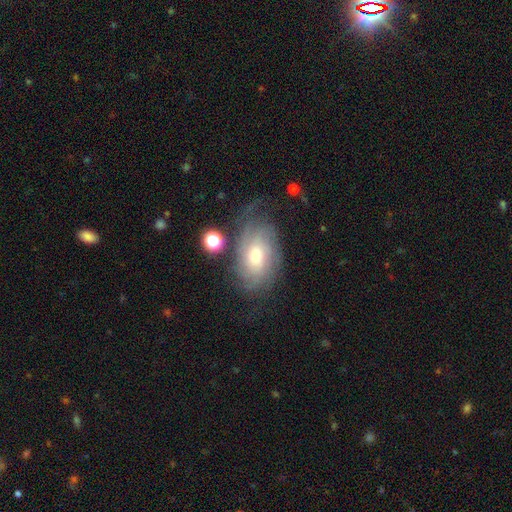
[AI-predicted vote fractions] smooth_or_featured: featured or disk (p=0.68) [alt: smooth p=0.24]
disk_edge_on: no (p=0.94) [alt: yes p=0.06]
bar: no (p=0.68) [alt: weak p=0.27]
has_spiral_arms: yes (p=0.89) [alt: no p=0.11]
spiral_winding: tight (p=0.54) [alt: medium p=0.32]
spiral_arm_count: can't tell (p=0.52) [alt: 2 p=0.17]
bulge_size: moderate (p=0.55) [alt: small p=0.35]
merging: none (p=0.59) [alt: minor disturbance p=0.22]